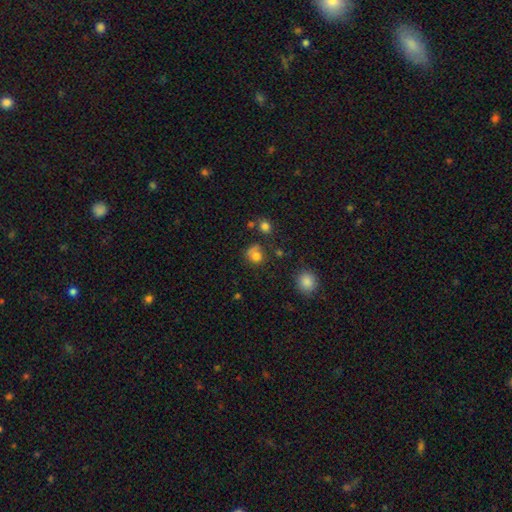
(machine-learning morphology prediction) Q: Smooth or featured?
A: smooth (78%); runner-up: star or artifact (14%)
Q: How rounded?
A: round (76%); runner-up: in between (23%)
Q: Merging?
A: none (53%); runner-up: minor disturbance (23%)